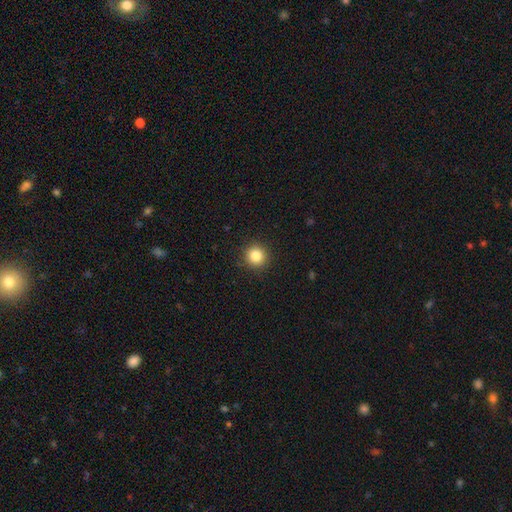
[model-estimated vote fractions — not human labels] This is clearly a smooth galaxy (84%). How rounded: clearly round (94%). Merging: clearly none (92%).